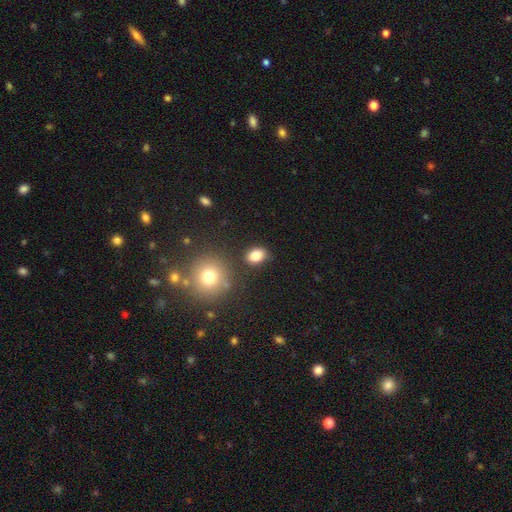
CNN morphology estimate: This appears to be a smooth galaxy with no disk features (82%) that is in between round and cigar-shaped (66%). Merging: none (79%).